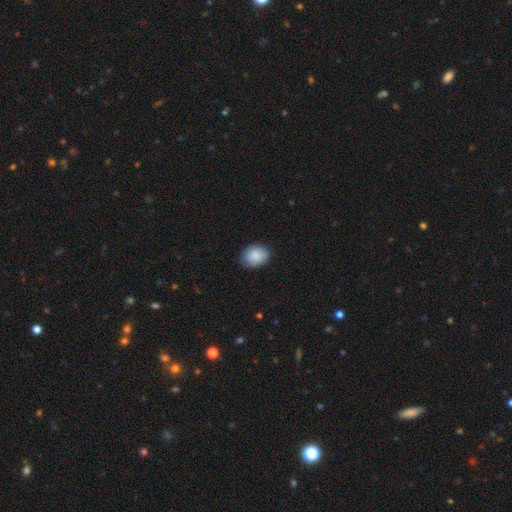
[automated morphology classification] This appears to be a smooth galaxy with no disk features (88%) that is in between round and cigar-shaped (58%). Merging: none (83%).